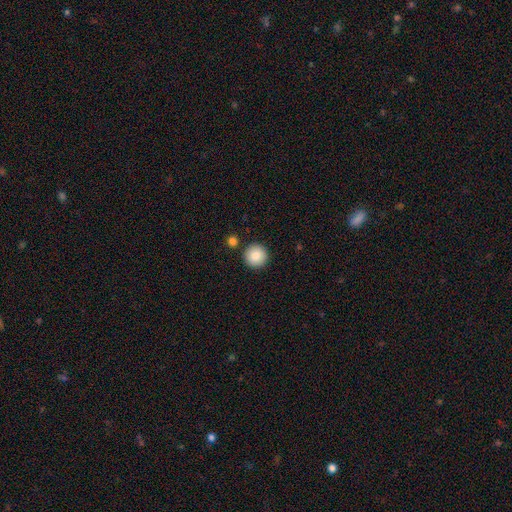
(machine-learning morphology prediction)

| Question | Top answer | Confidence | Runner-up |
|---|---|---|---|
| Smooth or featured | smooth | 87% | star or artifact (8%) |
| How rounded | round | 96% | in between (3%) |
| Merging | none | 89% | minor disturbance (5%) |